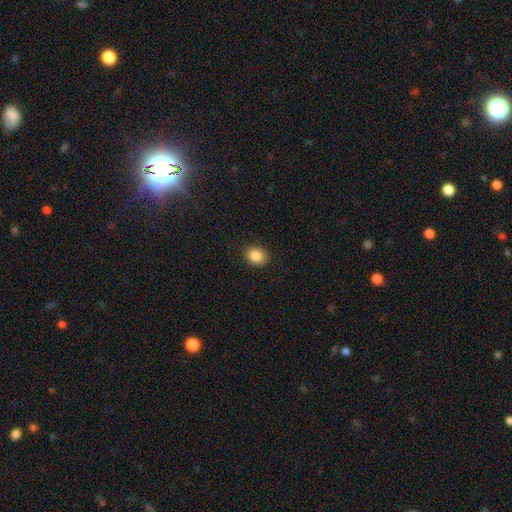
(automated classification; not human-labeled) Q: Smooth or featured?
A: smooth (86%); runner-up: star or artifact (9%)
Q: How rounded?
A: round (51%); runner-up: in between (48%)
Q: Merging?
A: none (88%); runner-up: minor disturbance (9%)